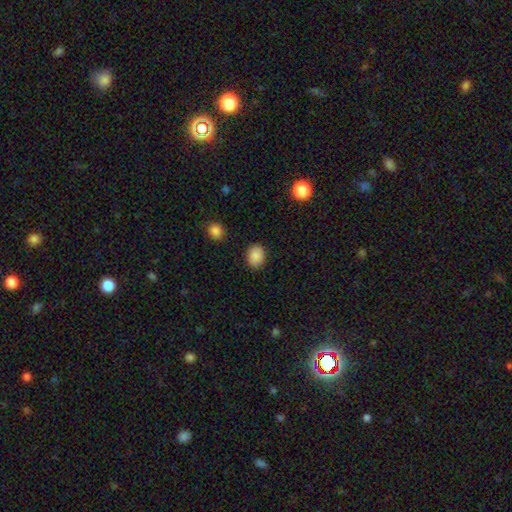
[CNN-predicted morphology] Overall: smooth (89%). How rounded: in between (57%; round 42%). Merging: none (88%).